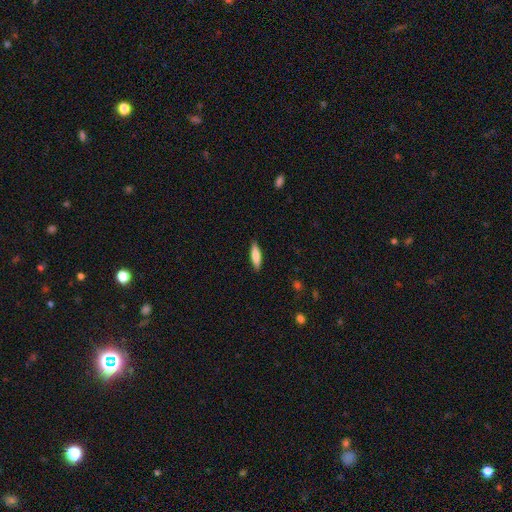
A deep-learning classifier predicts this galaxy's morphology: Q: Smooth or featured?
A: smooth (80%); runner-up: featured or disk (15%)
Q: How rounded?
A: cigar-shaped (67%); runner-up: in between (32%)
Q: Merging?
A: none (88%); runner-up: minor disturbance (9%)